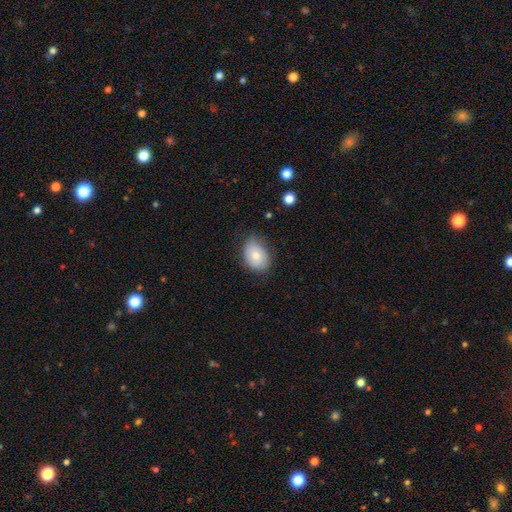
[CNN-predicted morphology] smooth-or-featured: smooth: 77% | featured or disk: 16% | star or artifact: 7%
  how-rounded: in between: 75% | round: 24% | cigar-shaped: 1%
  merging: none: 69% | minor disturbance: 25% | major disturbance: 5% | merger: 1%